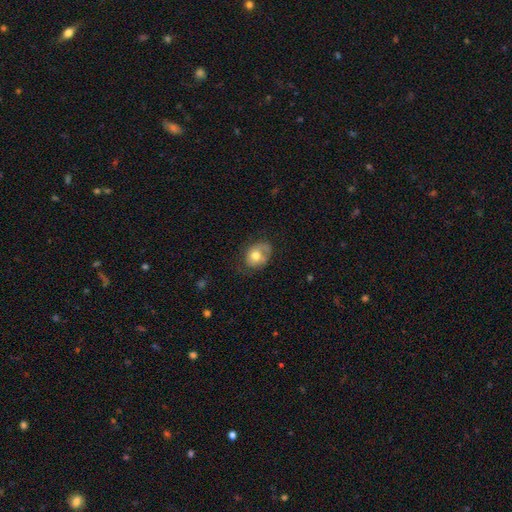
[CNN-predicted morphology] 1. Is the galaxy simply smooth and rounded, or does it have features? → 62% smooth, 30% featured or disk, 8% star or artifact.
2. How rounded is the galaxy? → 56% in between, 43% round, 1% cigar-shaped.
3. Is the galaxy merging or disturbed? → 55% none, 29% minor disturbance, 14% major disturbance, 2% merger.